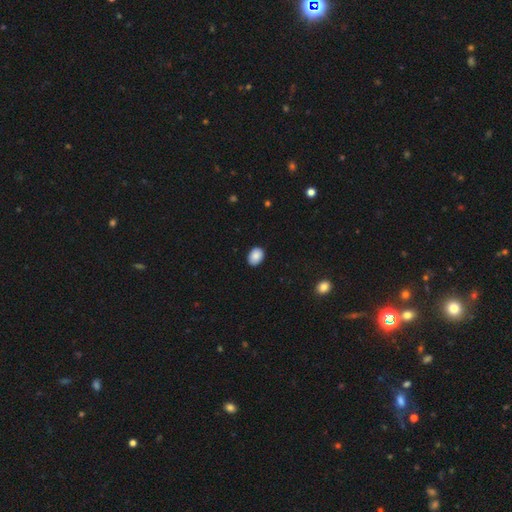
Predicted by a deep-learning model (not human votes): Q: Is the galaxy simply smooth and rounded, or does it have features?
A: smooth — 89%.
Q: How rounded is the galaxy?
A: in between — 75%.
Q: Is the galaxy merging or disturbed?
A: none — 88%.